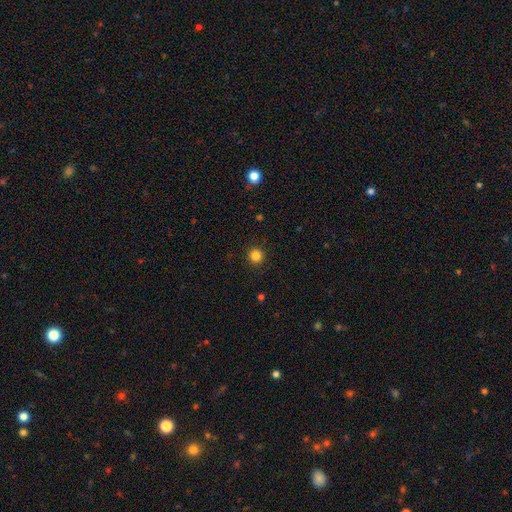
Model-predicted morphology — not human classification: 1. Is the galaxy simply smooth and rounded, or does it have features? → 84% smooth, 13% star or artifact, 4% featured or disk.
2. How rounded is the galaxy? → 94% round, 5% in between, 1% cigar-shaped.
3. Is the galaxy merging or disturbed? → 92% none, 5% minor disturbance, 2% major disturbance, 1% merger.